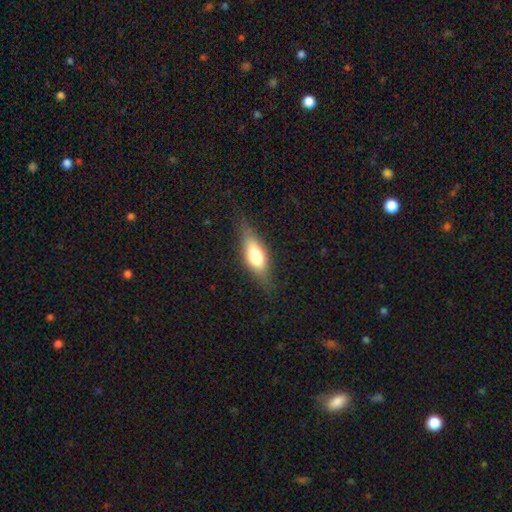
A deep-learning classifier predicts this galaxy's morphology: smooth-or-featured: smooth: 61% | featured or disk: 32% | star or artifact: 7%
  how-rounded: in between: 66% | cigar-shaped: 31% | round: 4%
  merging: none: 76% | minor disturbance: 17% | major disturbance: 5% | merger: 1%